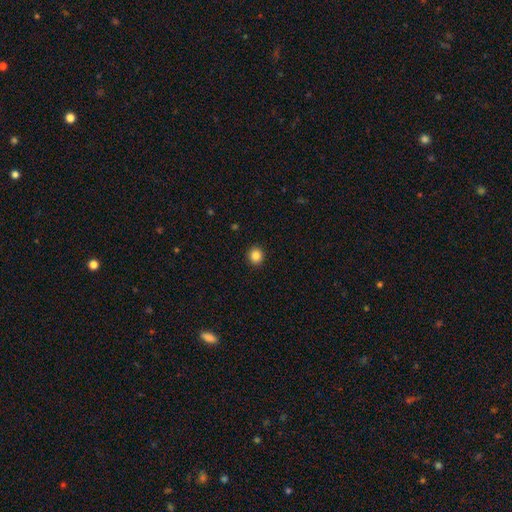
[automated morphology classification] A smooth galaxy with no disk features (86%) that is round (84%). Merging: none (92%).